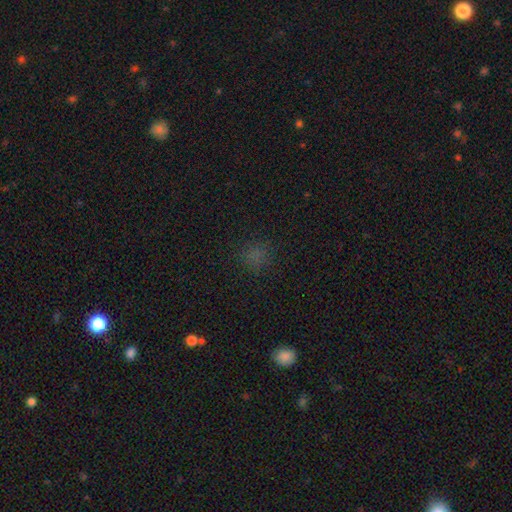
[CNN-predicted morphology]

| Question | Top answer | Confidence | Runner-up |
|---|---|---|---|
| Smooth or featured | smooth | 67% | star or artifact (28%) |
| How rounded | round | 85% | in between (14%) |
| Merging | none | 82% | minor disturbance (11%) |